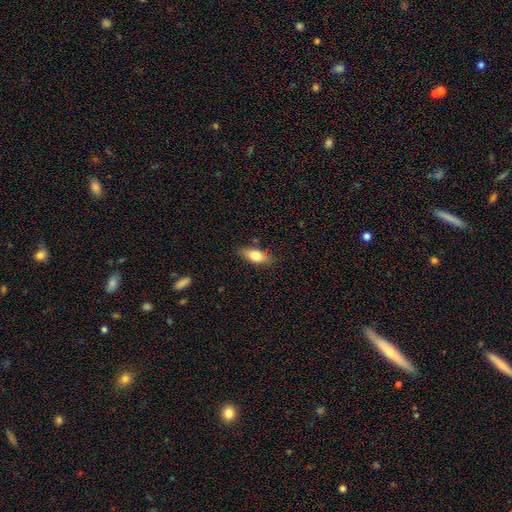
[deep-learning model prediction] This is likely a smooth galaxy (77%). How rounded: clearly in between (81%). Merging: likely none (80%).